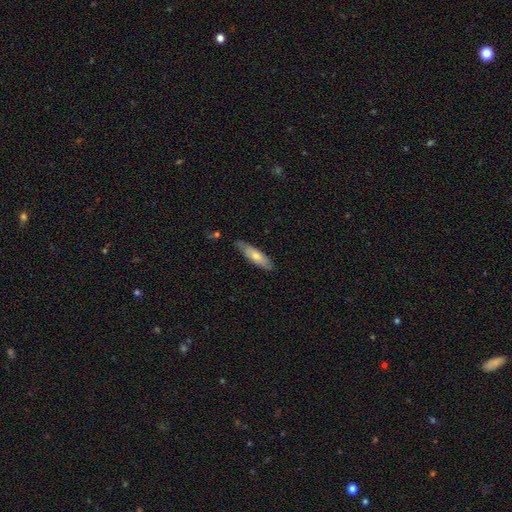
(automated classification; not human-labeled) smooth-or-featured: smooth: 62% | featured or disk: 32% | star or artifact: 6%
  how-rounded: cigar-shaped: 63% | in between: 35% | round: 2%
  merging: none: 80% | minor disturbance: 15% | major disturbance: 2% | merger: 2%